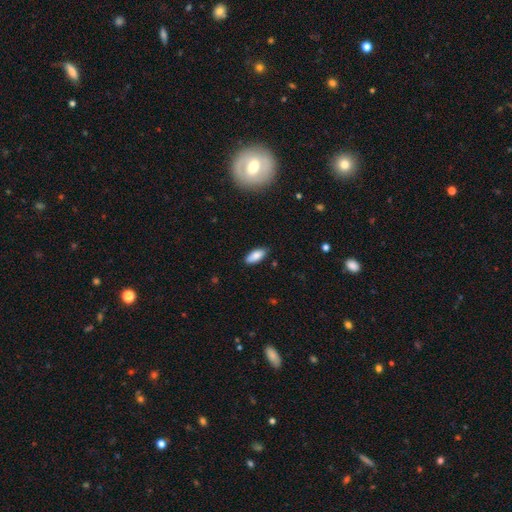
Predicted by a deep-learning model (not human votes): Smooth or featured? smooth (86%)
How rounded? in between (86%)
Merging? none (86%)